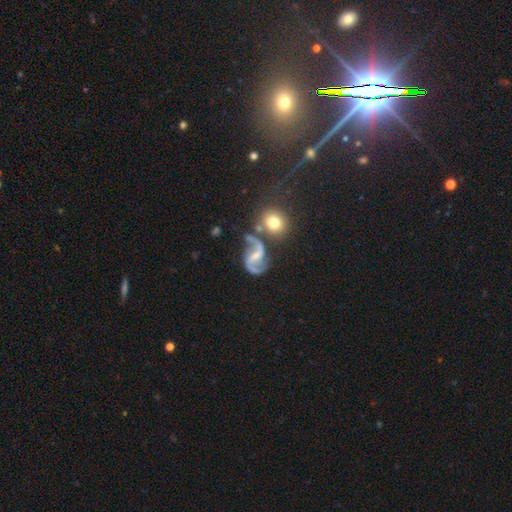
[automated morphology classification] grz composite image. It shows a featured or disk galaxy (88%) with a weak bar (47%), 2 (93%) loose (61%) spiral arms (96%) and a small central bulge (53%). Merging: none (57%).